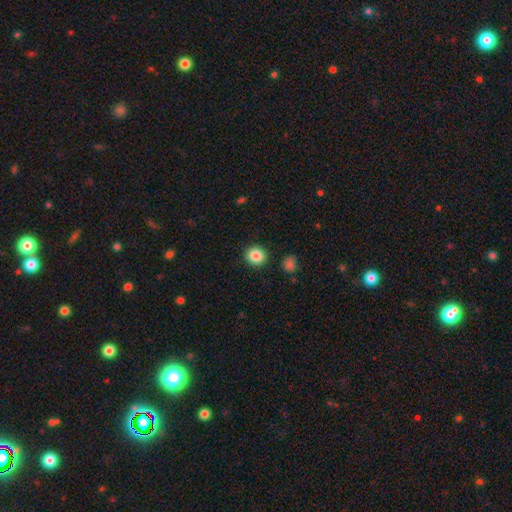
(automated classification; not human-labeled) This appears to be a smooth galaxy with no disk features (86%) that is round (90%). Merging: none (91%).